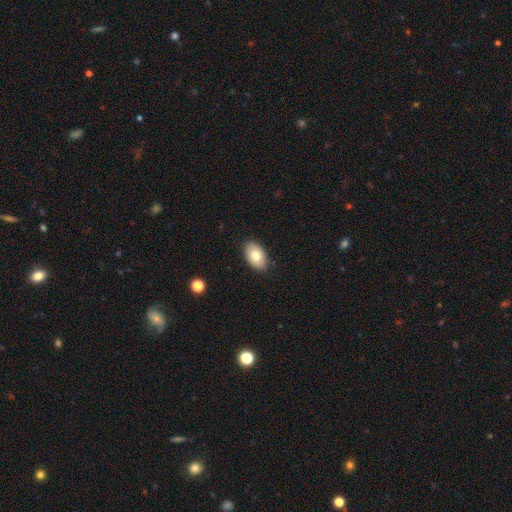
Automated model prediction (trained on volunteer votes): A smooth galaxy with no disk features (78%) that is in between round and cigar-shaped (91%).

Vote fractions:
- Smooth or featured? smooth: 78% / featured or disk: 15% / star or artifact: 7%
- How rounded? in between: 91% / round: 7% / cigar-shaped: 1%
- Merging? none: 87% / minor disturbance: 10% / major disturbance: 2% / merger: 1%